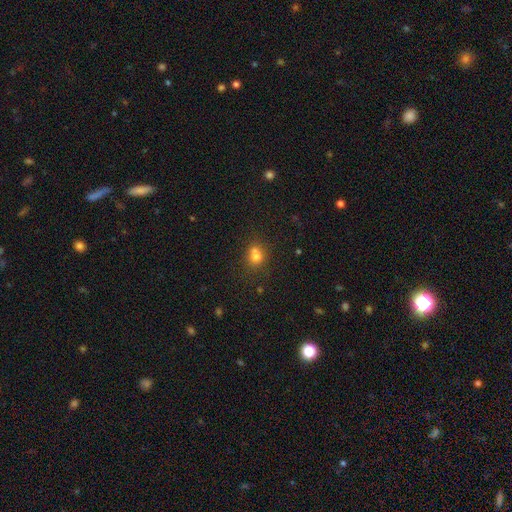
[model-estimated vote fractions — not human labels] Morphology: type=smooth (73%); roundness=round (60%); merging=none (46%).